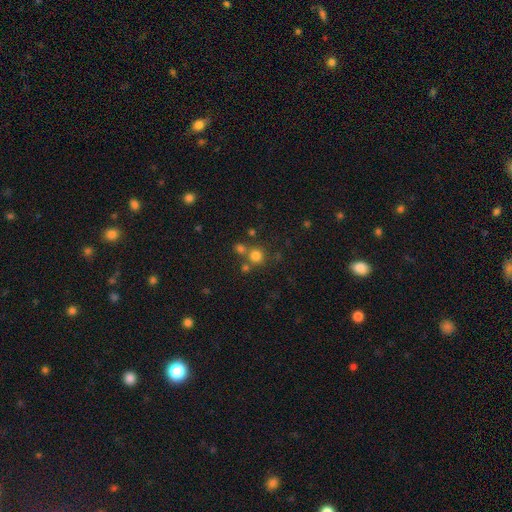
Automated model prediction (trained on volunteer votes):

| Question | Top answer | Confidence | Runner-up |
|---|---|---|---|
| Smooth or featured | smooth | 75% | star or artifact (17%) |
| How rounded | round | 91% | in between (8%) |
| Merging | none | 65% | merger (24%) |